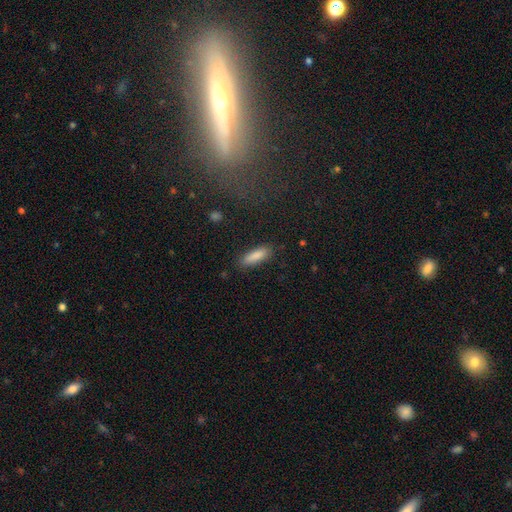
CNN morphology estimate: Smooth or featured? Predicted: smooth (p=0.87). How rounded? Predicted: cigar-shaped (p=0.56). Merging? Predicted: none (p=0.85).